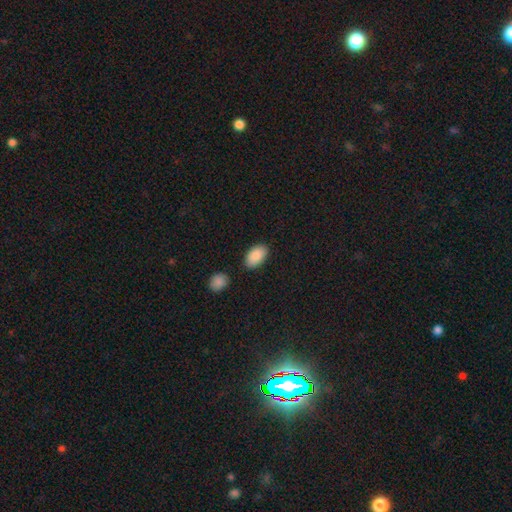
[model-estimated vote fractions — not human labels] Smooth or featured: smooth — 89% (star or artifact — 6%)
How rounded: in between — 95% (round — 4%)
Merging: none — 83% (minor disturbance — 11%)